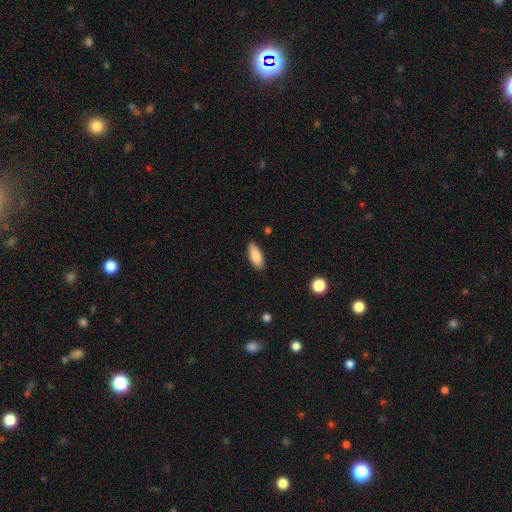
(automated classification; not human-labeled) The model was most divided on "how rounded": in between: 82%, cigar-shaped: 16%, round: 2%. More confident: merging — none (88%); smooth or featured — smooth (87%).